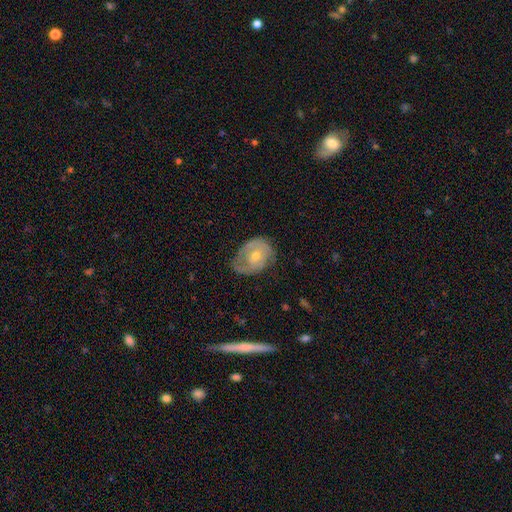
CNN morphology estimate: Smooth or featured? Predicted: featured or disk (p=0.65). Edge-on disk? Predicted: no (p=0.94). Bar? Predicted: no (p=0.76). Spiral arms? Predicted: yes (p=0.69). Bulge size? Predicted: moderate (p=0.53). Merging? Predicted: none (p=0.57).